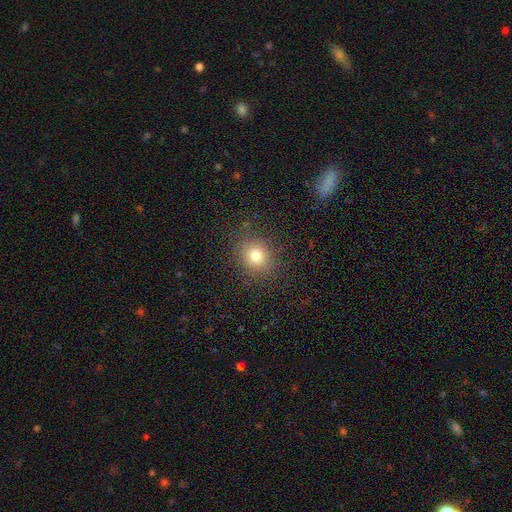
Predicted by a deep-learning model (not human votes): smooth-or-featured: smooth: 78% | star or artifact: 14% | featured or disk: 8%
  how-rounded: round: 79% | in between: 20% | cigar-shaped: 1%
  merging: none: 86% | minor disturbance: 9% | major disturbance: 4% | merger: 1%